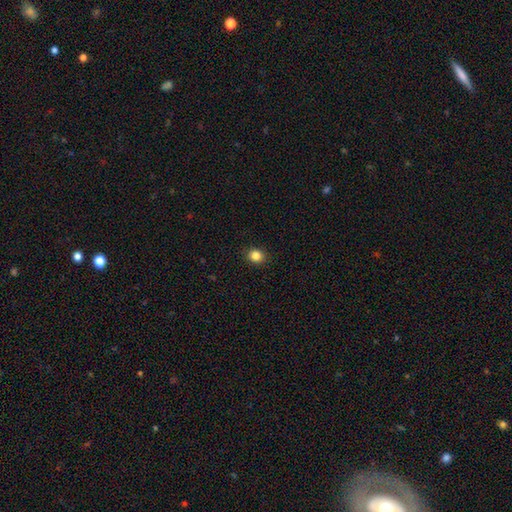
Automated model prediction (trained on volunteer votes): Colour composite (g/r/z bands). It shows a smooth galaxy with no disk features (84%) that is round (71%). Merging: none (91%).